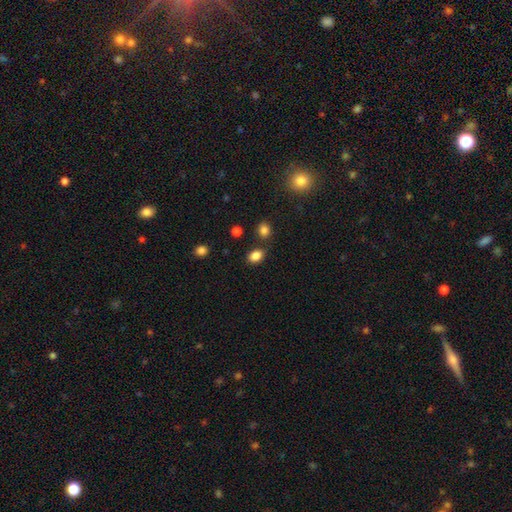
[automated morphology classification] smooth-or-featured: smooth: 85% | star or artifact: 10% | featured or disk: 5%
  how-rounded: in between: 76% | round: 23% | cigar-shaped: 1%
  merging: none: 79% | minor disturbance: 11% | merger: 7% | major disturbance: 3%